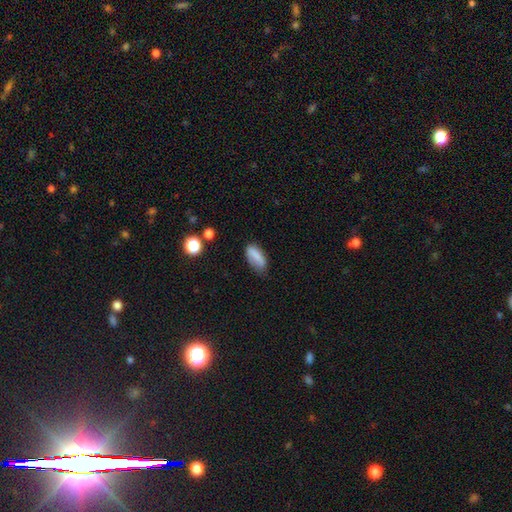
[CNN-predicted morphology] type=smooth (80%); roundness=in between (78%); merging=none (62%).